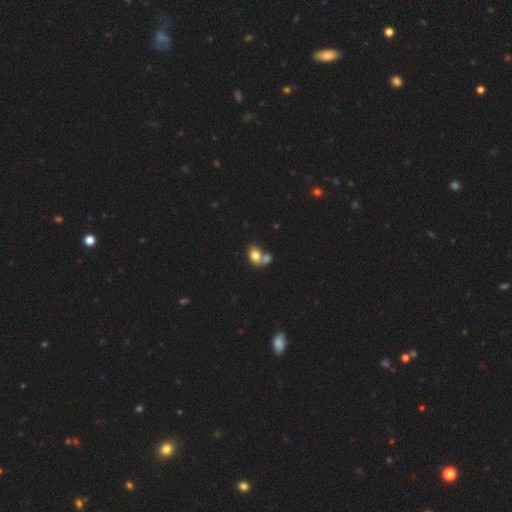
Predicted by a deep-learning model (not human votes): Morphology: type=smooth (78%); roundness=in between (60%); merging=merger (57%).